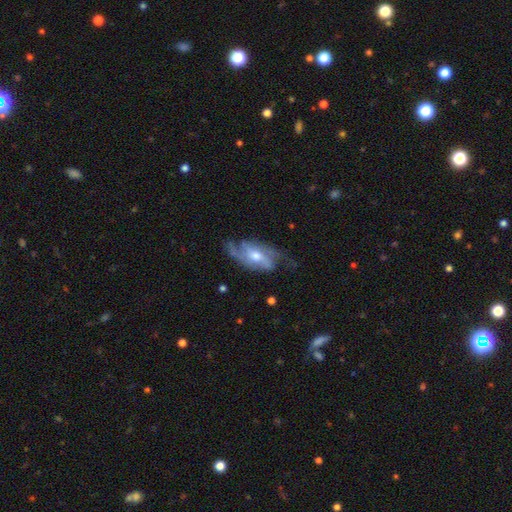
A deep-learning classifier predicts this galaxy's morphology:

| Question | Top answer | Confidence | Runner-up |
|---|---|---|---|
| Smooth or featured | featured or disk | 81% | smooth (13%) |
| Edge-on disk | no | 93% | yes (7%) |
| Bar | no | 47% | weak (39%) |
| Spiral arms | yes | 92% | no (8%) |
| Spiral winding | medium | 43% | loose (33%) |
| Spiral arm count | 2 | 63% | can't tell (14%) |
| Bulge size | moderate | 66% | small (25%) |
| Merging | none | 60% | minor disturbance (23%) |